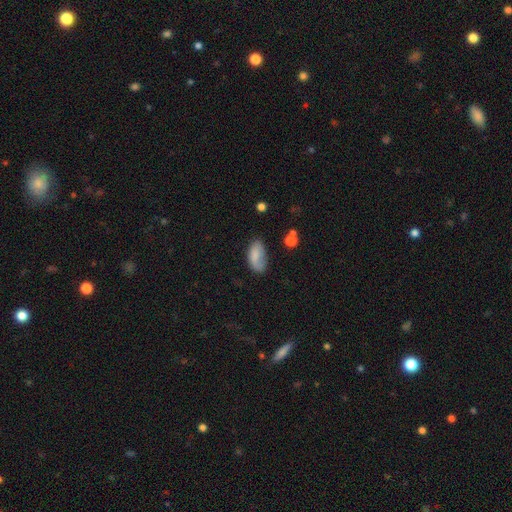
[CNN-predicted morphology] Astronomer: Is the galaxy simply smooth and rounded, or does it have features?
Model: smooth — 77%.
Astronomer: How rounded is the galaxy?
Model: in between — 93%.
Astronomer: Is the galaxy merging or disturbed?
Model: none — 54% (runner-up: minor disturbance, 30%).